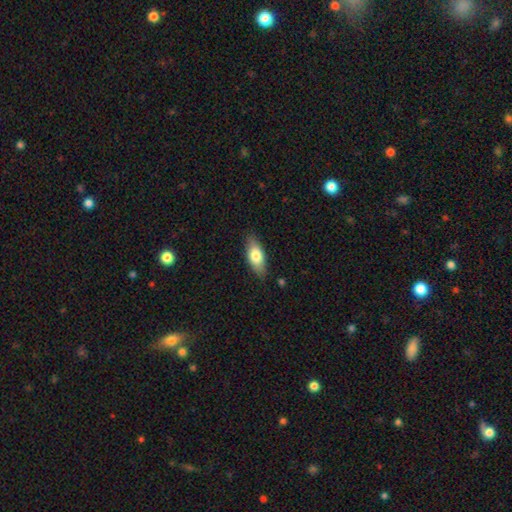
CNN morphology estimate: This appears to be a smooth galaxy with no disk features (74%) that is in between round and cigar-shaped (80%). Merging: none (83%).